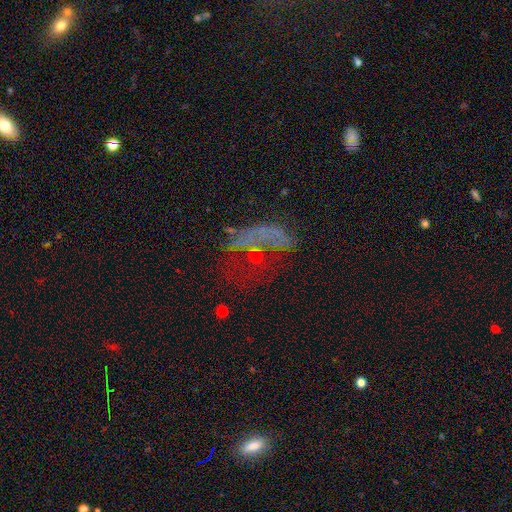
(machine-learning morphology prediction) type=featured or disk (47%); merging=major disturbance (42%).